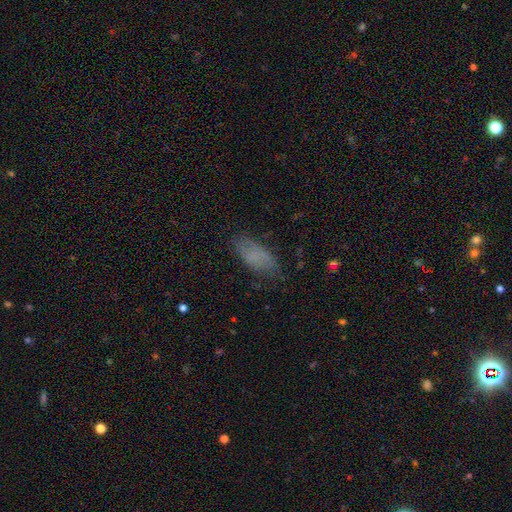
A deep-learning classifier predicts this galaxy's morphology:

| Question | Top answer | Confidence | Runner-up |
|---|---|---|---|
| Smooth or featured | smooth | 73% | featured or disk (17%) |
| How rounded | in between | 85% | cigar-shaped (13%) |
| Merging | none | 68% | minor disturbance (22%) |